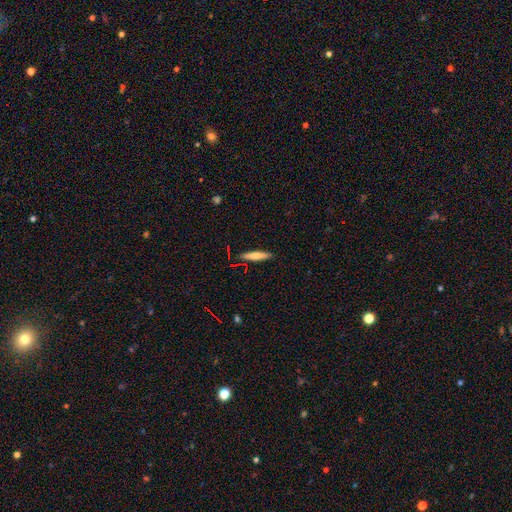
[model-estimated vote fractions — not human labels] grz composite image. It shows a smooth galaxy with no disk features (69%) that is cigar-shaped (88%). Merging: none (86%).